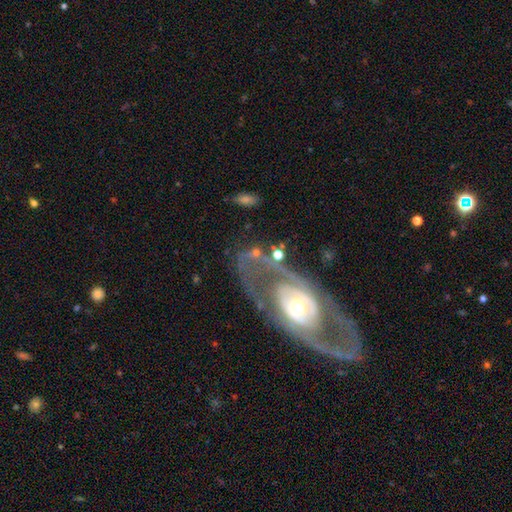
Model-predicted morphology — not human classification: Overall: featured or disk (76%). Edge-on disk: no (92%). Bar: no (62%; weak 24%). Spiral arms: yes (65%; no 35%). Bulge size: moderate (50%; small 40%). Merging: none (53%; major disturbance 22%).